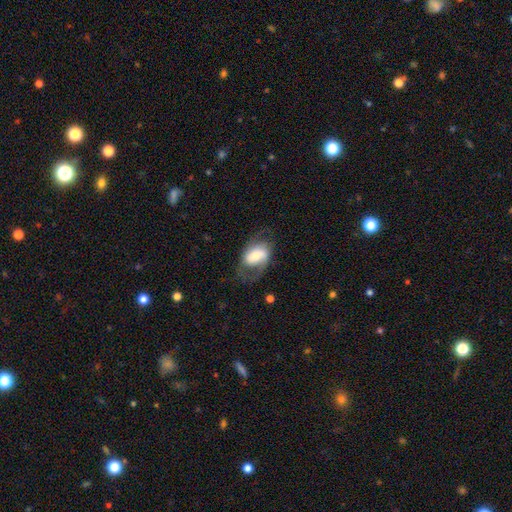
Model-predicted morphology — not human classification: Smooth or featured? featured or disk (55%)
Edge-on disk? no (95%)
Bar? no (44%)
Spiral arms? yes (76%)
Bulge size? moderate (48%)
Merging? none (56%)